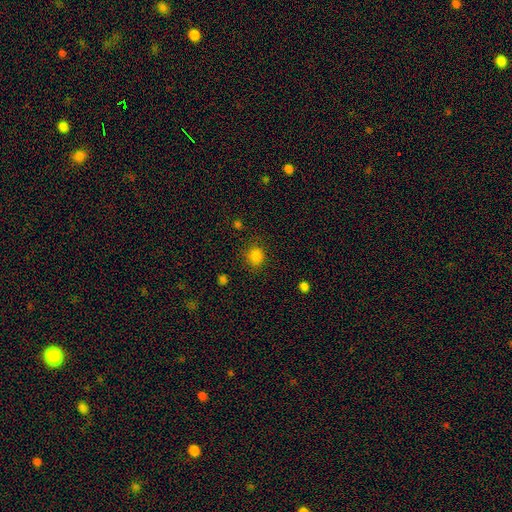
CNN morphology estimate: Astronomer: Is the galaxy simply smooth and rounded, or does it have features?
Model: smooth — 83%.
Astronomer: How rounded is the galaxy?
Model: round — 84%.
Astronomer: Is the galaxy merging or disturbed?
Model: none — 83%.